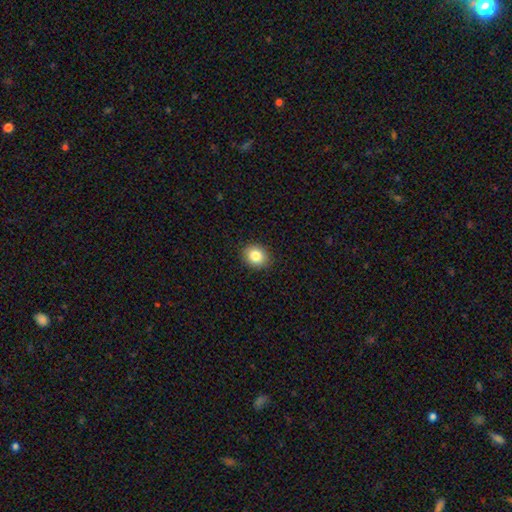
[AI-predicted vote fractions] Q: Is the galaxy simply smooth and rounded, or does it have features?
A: smooth — 84%.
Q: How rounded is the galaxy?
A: round — 69%.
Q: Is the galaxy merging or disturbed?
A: none — 90%.